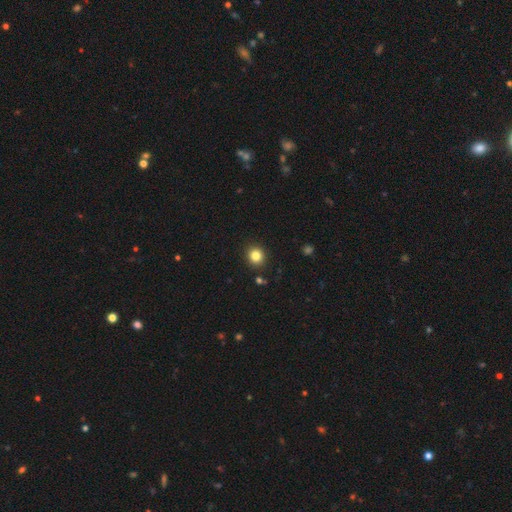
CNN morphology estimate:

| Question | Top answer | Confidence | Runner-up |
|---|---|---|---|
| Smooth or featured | smooth | 83% | star or artifact (12%) |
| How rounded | round | 86% | in between (13%) |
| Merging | none | 91% | minor disturbance (6%) |